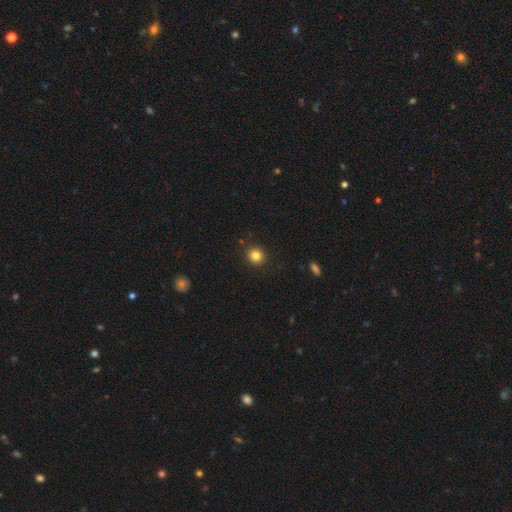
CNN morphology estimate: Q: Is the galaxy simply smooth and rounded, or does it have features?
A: smooth — 83%.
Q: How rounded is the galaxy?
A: round — 89%.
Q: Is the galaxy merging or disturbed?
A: none — 91%.